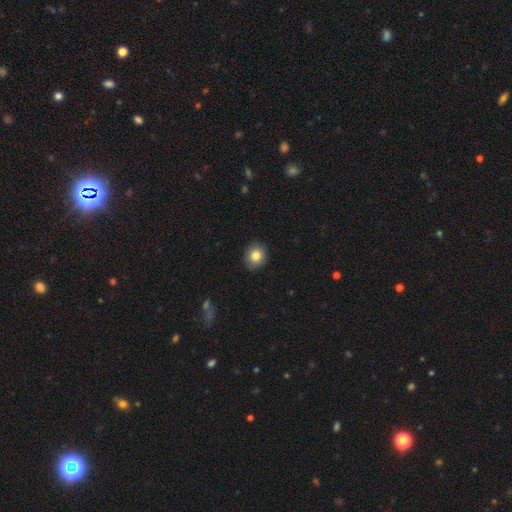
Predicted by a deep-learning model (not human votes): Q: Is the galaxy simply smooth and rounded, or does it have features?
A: smooth — 82%.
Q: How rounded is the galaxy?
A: round — 63%.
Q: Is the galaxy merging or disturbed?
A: none — 87%.